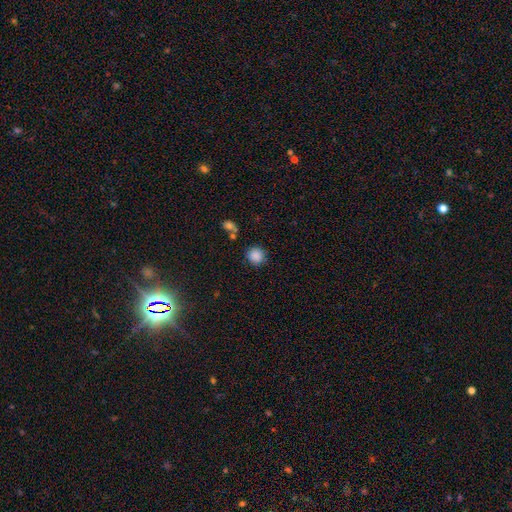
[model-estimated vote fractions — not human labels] smooth 86%, star or artifact 11%, featured or disk 4%. Down the decision tree: how rounded — round (91%); merging — none (82%).